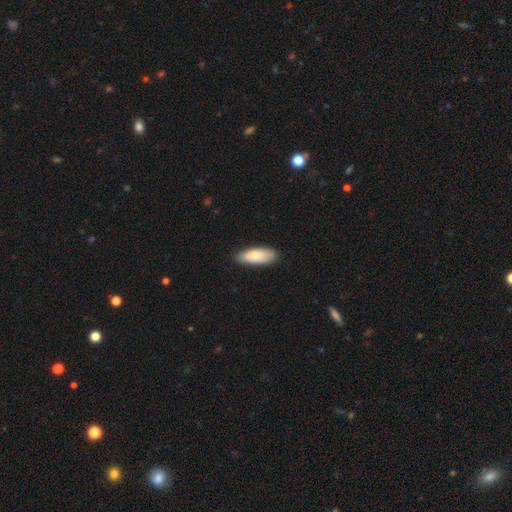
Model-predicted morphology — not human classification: type=smooth (79%); roundness=in between (77%); merging=none (85%).